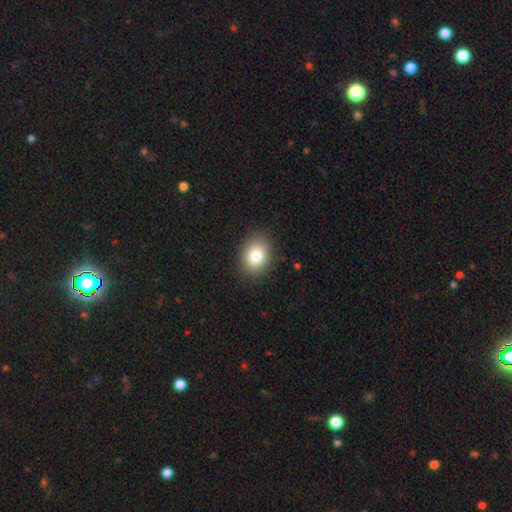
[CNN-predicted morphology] smooth 81%, star or artifact 10%, featured or disk 9%. Down the decision tree: how rounded — in between (58%); merging — none (88%).